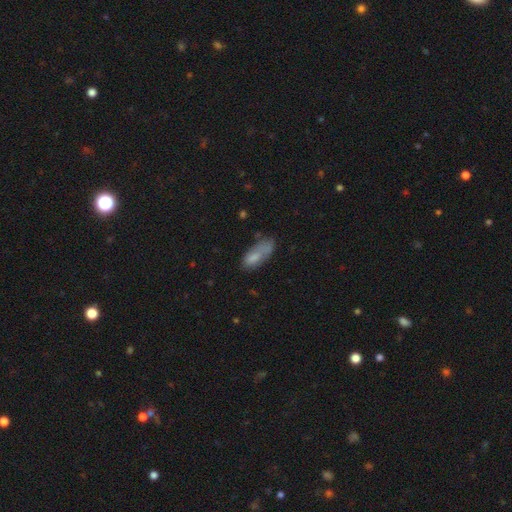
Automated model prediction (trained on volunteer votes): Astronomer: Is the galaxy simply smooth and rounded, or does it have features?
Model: smooth — 72%.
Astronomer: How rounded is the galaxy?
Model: in between — 76%.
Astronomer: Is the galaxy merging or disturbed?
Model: none — 43% (runner-up: minor disturbance, 29%).